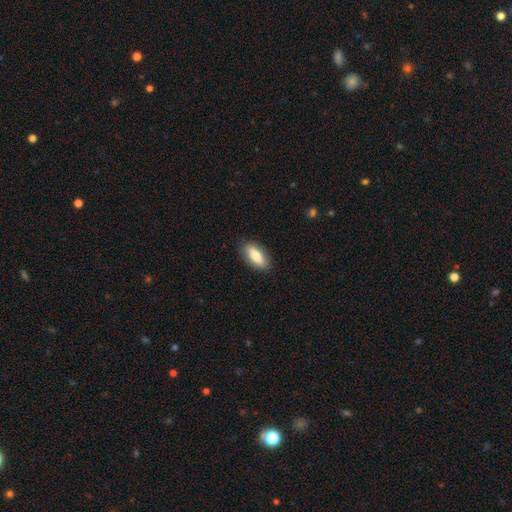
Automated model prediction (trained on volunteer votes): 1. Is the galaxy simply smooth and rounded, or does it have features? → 77% smooth, 17% featured or disk, 6% star or artifact.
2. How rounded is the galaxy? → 83% in between, 15% cigar-shaped, 3% round.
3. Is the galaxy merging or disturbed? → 86% none, 10% minor disturbance, 2% major disturbance, 1% merger.